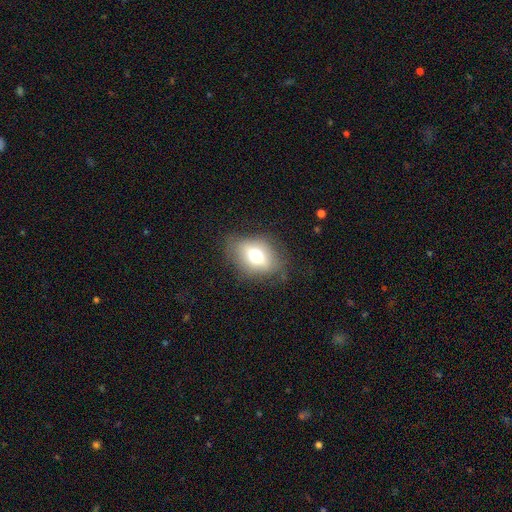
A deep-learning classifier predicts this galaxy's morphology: Smooth or featured? smooth (67%)
How rounded? in between (70%)
Merging? none (69%)